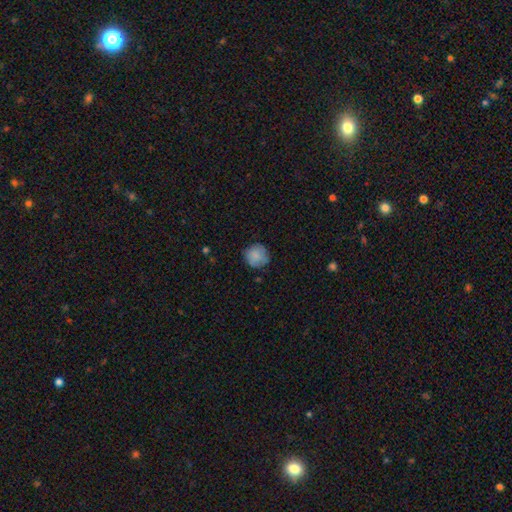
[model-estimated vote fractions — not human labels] A smooth galaxy with no disk features (84%) that is round (93%).

Vote fractions:
- Smooth or featured? smooth: 84% / featured or disk: 9% / star or artifact: 7%
- How rounded? round: 93% / in between: 6% / cigar-shaped: 1%
- Merging? none: 80% / minor disturbance: 15% / major disturbance: 3% / merger: 1%